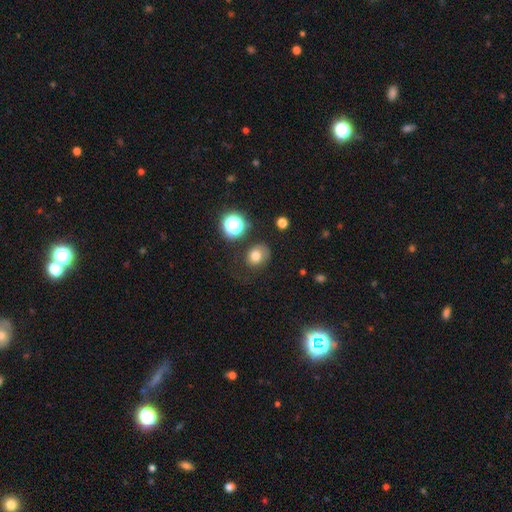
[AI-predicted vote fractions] smooth_or_featured: smooth (p=0.74) [alt: star or artifact p=0.15]
how_rounded: round (p=0.60) [alt: in between p=0.40]
merging: none (p=0.61) [alt: minor disturbance p=0.23]